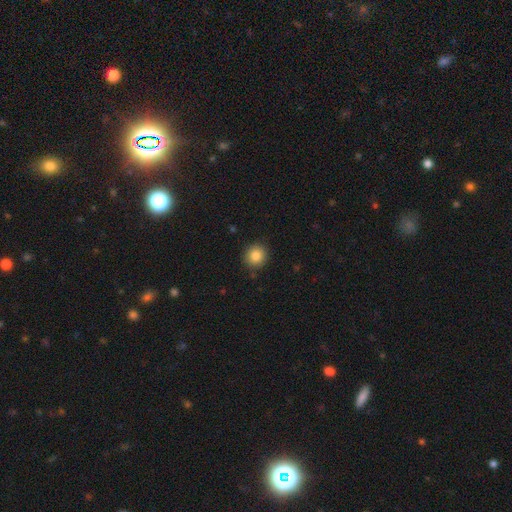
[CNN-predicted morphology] smooth-or-featured: smooth: 85% | star or artifact: 10% | featured or disk: 5%
  how-rounded: round: 89% | in between: 10% | cigar-shaped: 1%
  merging: none: 89% | minor disturbance: 8% | major disturbance: 2% | merger: 1%